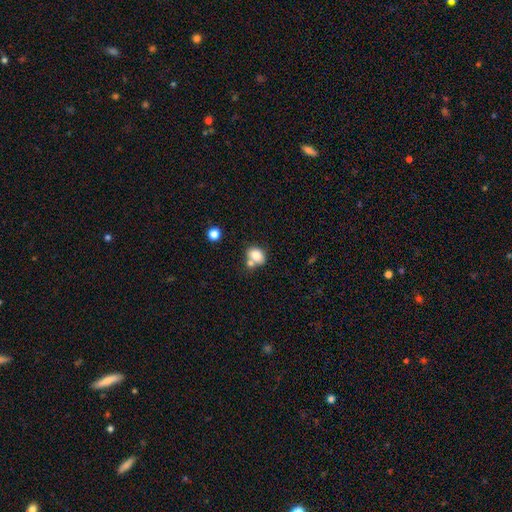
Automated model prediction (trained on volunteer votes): Morphology: type=smooth (80%); roundness=in between (60%); merging=none (46%).